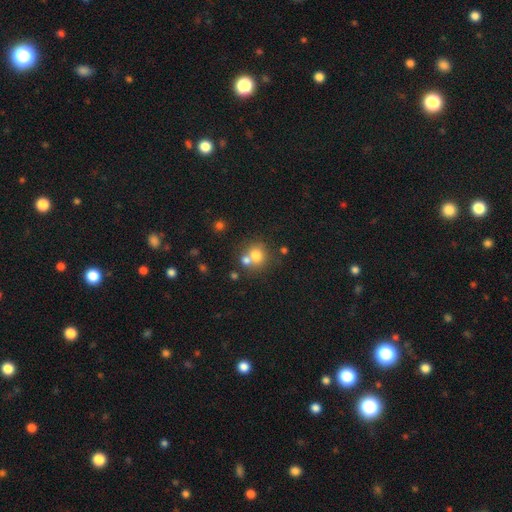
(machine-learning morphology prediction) This is likely a smooth galaxy (73%). How rounded: clearly round (84%). Merging: possibly none (49%).